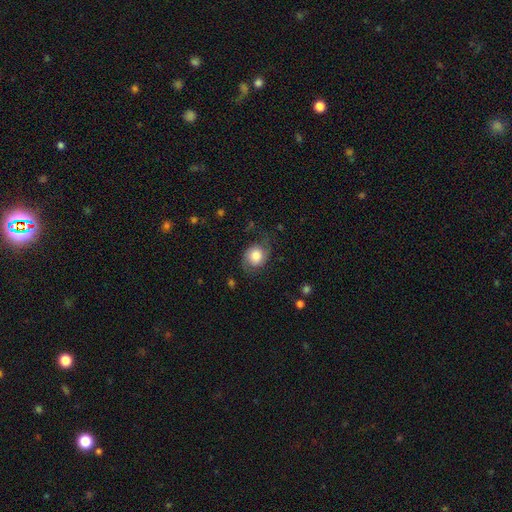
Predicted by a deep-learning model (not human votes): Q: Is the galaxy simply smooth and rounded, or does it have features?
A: smooth — 51%.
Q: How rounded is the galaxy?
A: round — 59%.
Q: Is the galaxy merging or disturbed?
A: none — 62%.